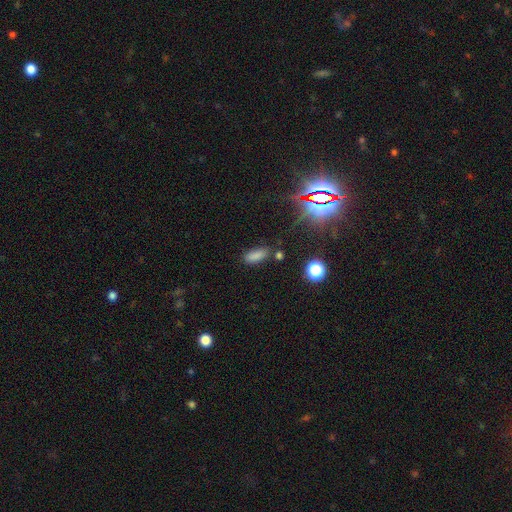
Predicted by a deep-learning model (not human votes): Morphology: type=smooth (78%); roundness=in between (75%); merging=none (78%).